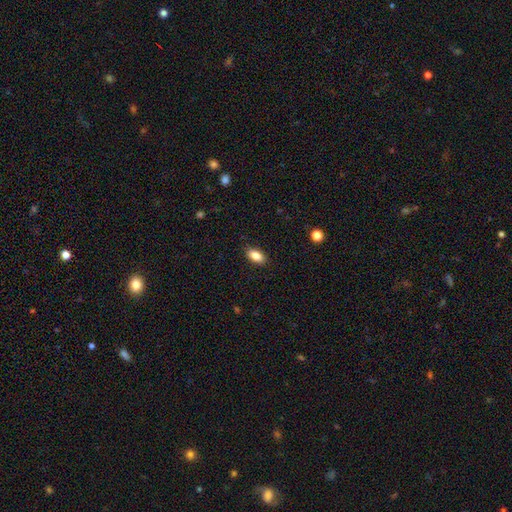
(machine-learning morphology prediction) A smooth galaxy with no disk features (85%) that is in between round and cigar-shaped (91%). Merging: none (88%).